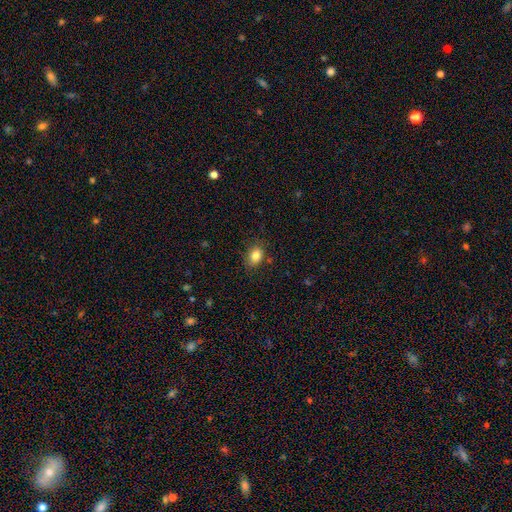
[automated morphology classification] smooth_or_featured: smooth (p=0.84) [alt: star or artifact p=0.09]
how_rounded: in between (p=0.74) [alt: round p=0.25]
merging: none (p=0.81) [alt: minor disturbance p=0.14]